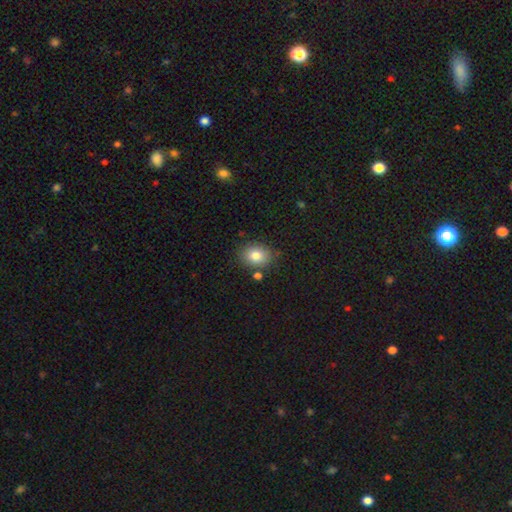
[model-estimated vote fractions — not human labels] This is clearly a smooth galaxy (81%). How rounded: possibly in between (53%). Merging: likely none (78%).